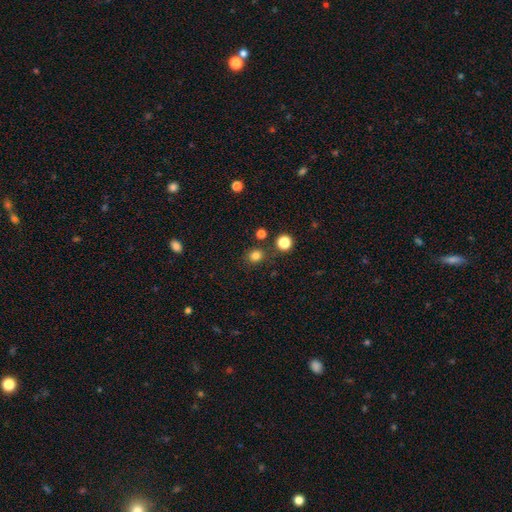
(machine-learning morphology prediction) Smooth or featured? smooth (81%)
How rounded? round (80%)
Merging? none (82%)